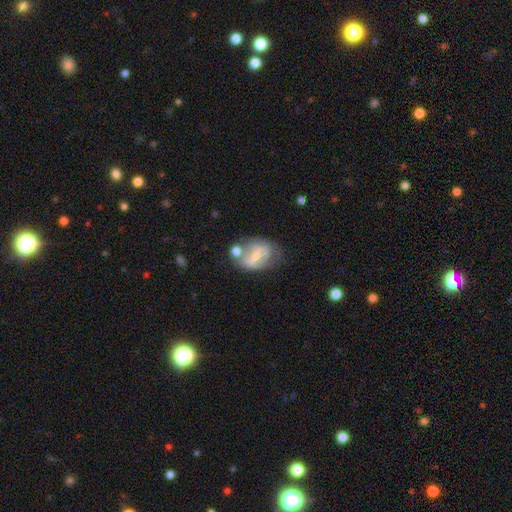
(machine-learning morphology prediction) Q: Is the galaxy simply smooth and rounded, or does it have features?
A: featured or disk — 58%.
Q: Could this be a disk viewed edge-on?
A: no — 94%.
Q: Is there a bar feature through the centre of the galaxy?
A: strong — 44%.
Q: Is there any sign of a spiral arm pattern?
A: no — 57%.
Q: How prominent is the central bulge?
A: small — 56%.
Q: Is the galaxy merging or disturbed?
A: none — 43%.